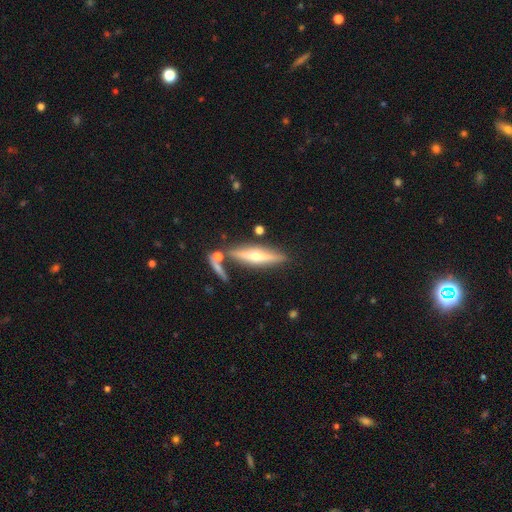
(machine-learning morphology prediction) A featured or disk galaxy (64%) viewed edge-on (94%) with a rounded central bulge (86%).

Vote fractions:
- Smooth or featured? featured or disk: 64% / smooth: 29% / star or artifact: 7%
- Edge-on disk? yes: 94% / no: 6%
- Edge-on bulge? rounded: 86% / none: 8% / boxy: 5%
- Merging? none: 77% / minor disturbance: 11% / merger: 9% / major disturbance: 3%